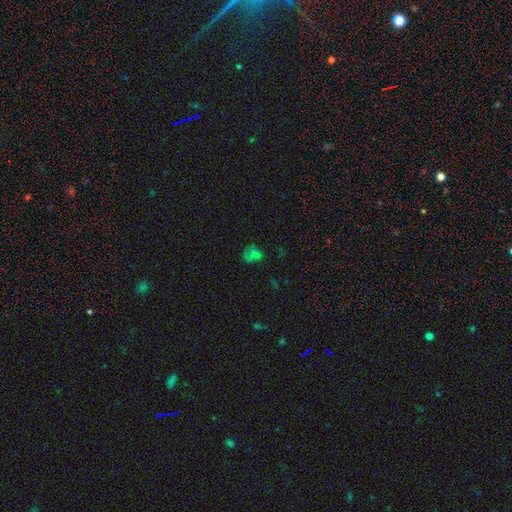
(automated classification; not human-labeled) Smooth or featured: smooth — 42% (star or artifact — 41%)
Merging: none — 47% (minor disturbance — 19%)